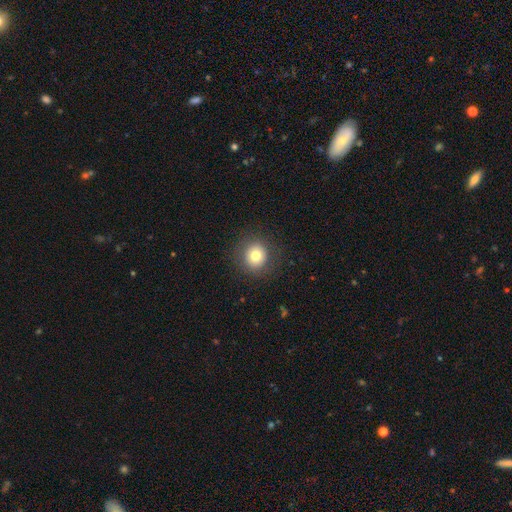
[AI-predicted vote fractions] A smooth galaxy with no disk features (77%) that is round (91%).

Vote fractions:
- Smooth or featured? smooth: 77% / star or artifact: 12% / featured or disk: 11%
- How rounded? round: 91% / in between: 8% / cigar-shaped: 1%
- Merging? none: 88% / minor disturbance: 7% / major disturbance: 3% / merger: 1%